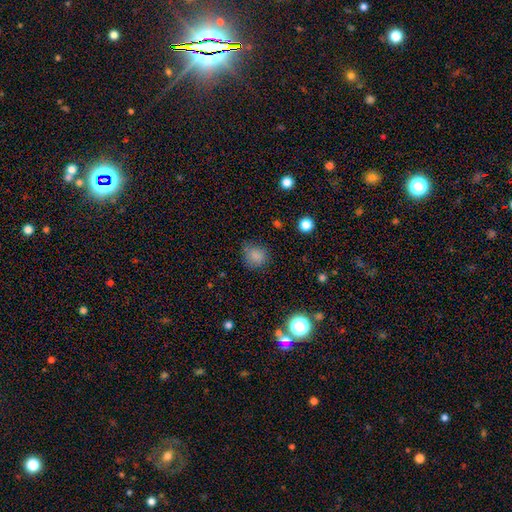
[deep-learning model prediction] A smooth galaxy with no disk features (81%) that is round (81%). Merging: none (73%).